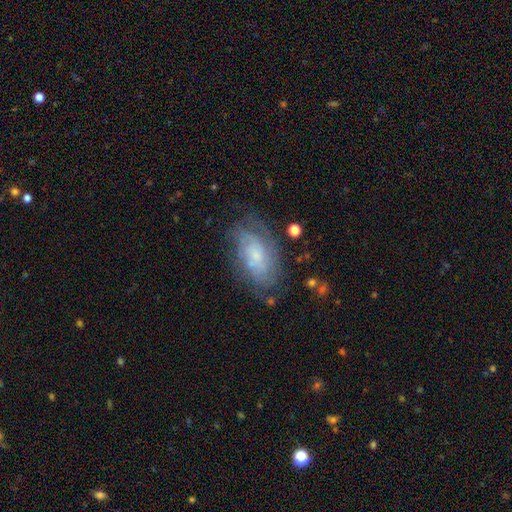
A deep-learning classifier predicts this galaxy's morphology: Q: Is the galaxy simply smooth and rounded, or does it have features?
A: featured or disk — 64%.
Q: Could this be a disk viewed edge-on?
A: no — 94%.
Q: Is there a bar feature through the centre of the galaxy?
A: no — 72%.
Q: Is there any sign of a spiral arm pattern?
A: yes — 83%.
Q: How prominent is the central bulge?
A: small — 61%.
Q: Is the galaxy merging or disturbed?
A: none — 65%.